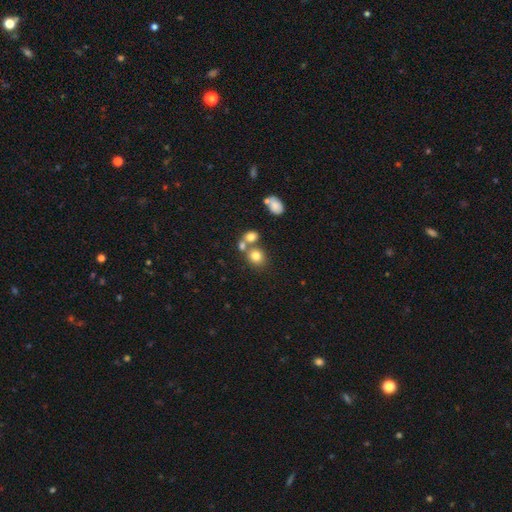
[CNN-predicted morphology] The model was most divided on "merging": none: 50%, merger: 37%, minor disturbance: 9%, major disturbance: 4%. More confident: how rounded — round (77%); smooth or featured — smooth (76%).